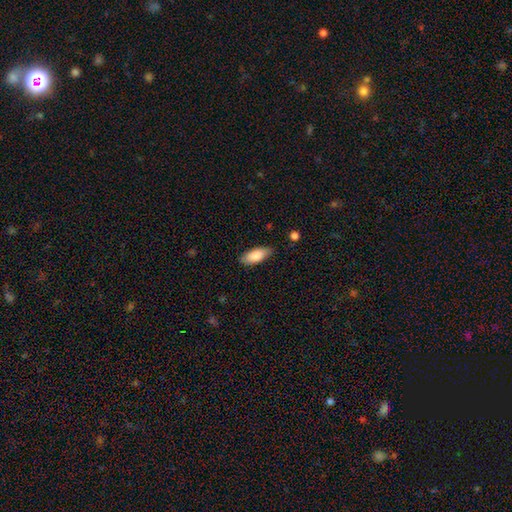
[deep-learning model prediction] Smooth or featured? Predicted: smooth (p=0.85). How rounded? Predicted: in between (p=0.83). Merging? Predicted: none (p=0.83).